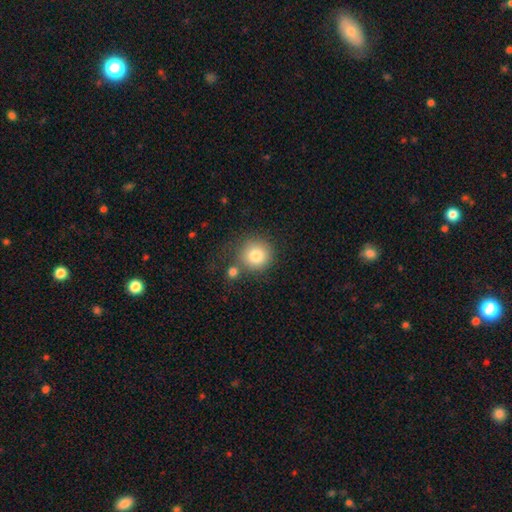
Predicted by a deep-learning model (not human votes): smooth-or-featured: smooth: 81% | star or artifact: 10% | featured or disk: 9%
  how-rounded: round: 93% | in between: 6% | cigar-shaped: 1%
  merging: none: 68% | merger: 15% | minor disturbance: 12% | major disturbance: 5%